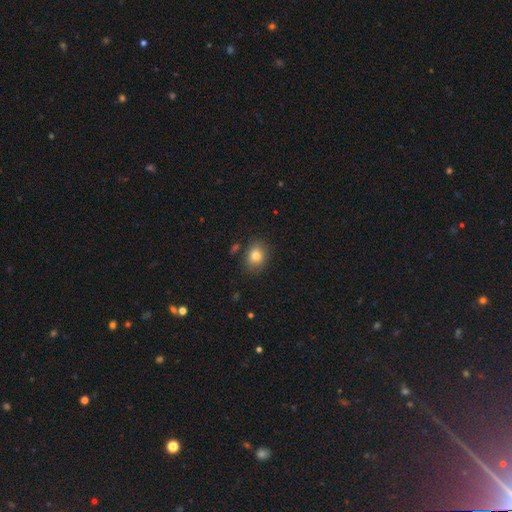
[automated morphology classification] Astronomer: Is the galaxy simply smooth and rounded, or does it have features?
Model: smooth — 80%.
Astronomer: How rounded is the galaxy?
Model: round — 52% (runner-up: in between, 47%).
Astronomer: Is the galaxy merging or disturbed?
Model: none — 82%.